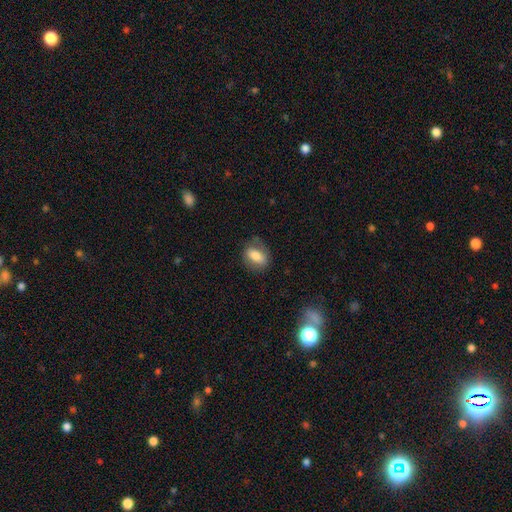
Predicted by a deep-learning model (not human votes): Morphology: type=smooth (74%); roundness=in between (81%); merging=none (69%).